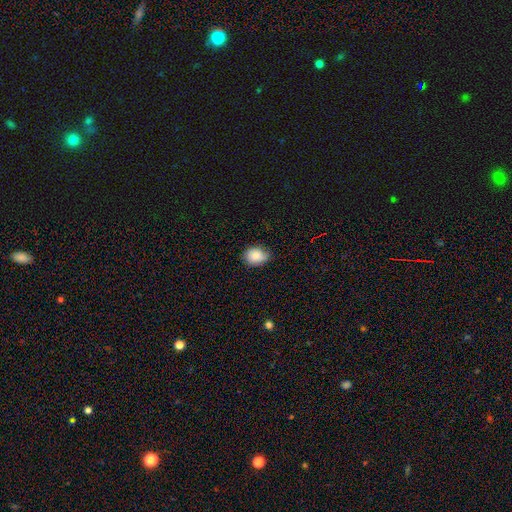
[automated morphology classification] Q: Smooth or featured?
A: smooth (79%); runner-up: featured or disk (13%)
Q: How rounded?
A: in between (55%); runner-up: round (44%)
Q: Merging?
A: none (71%); runner-up: minor disturbance (24%)